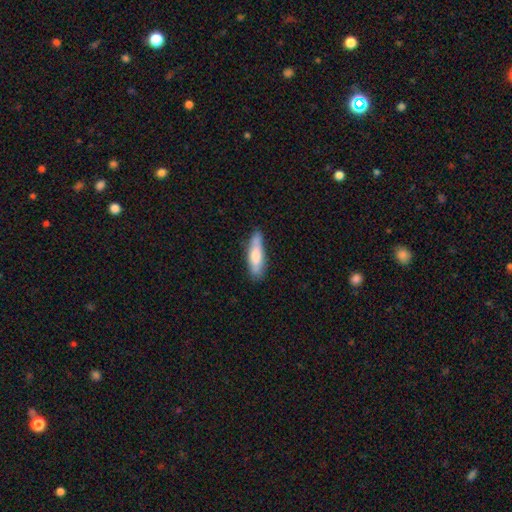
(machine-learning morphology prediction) A smooth galaxy with no disk features (75%) that is cigar-shaped (61%).

Vote fractions:
- Smooth or featured? smooth: 75% / featured or disk: 20% / star or artifact: 6%
- How rounded? cigar-shaped: 61% / in between: 37% / round: 2%
- Merging? none: 74% / minor disturbance: 21% / major disturbance: 4% / merger: 2%